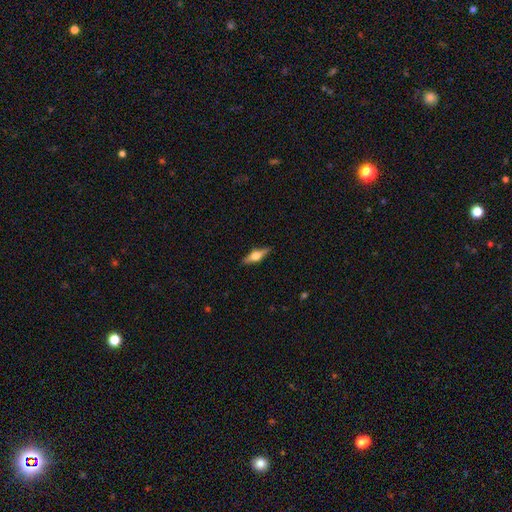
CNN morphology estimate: smooth-or-featured: featured or disk: 65% | smooth: 29% | star or artifact: 6%
  disk-edge-on: yes: 96% | no: 4%
    edge-on-bulge: rounded: 93% | boxy: 5% | none: 1%
  merging: none: 89% | minor disturbance: 8% | major disturbance: 2% | merger: 1%